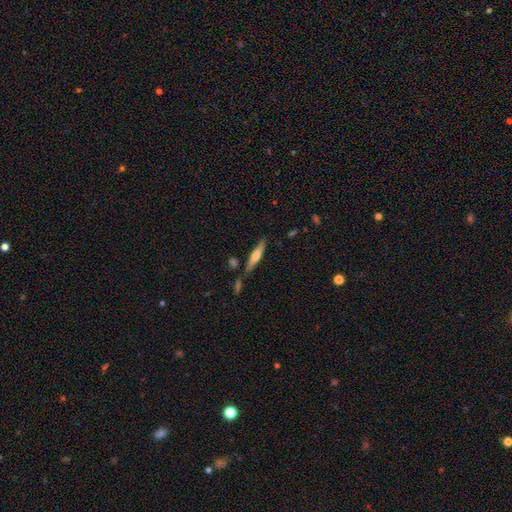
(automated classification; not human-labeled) Smooth or featured: smooth — 50% (featured or disk — 43%)
How rounded: cigar-shaped — 83% (in between — 15%)
Merging: none — 74% (minor disturbance — 14%)